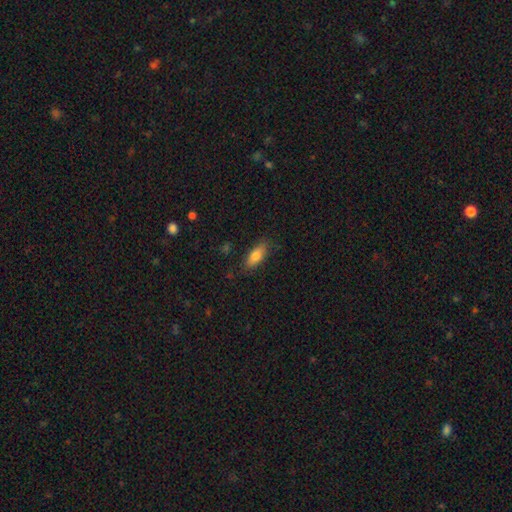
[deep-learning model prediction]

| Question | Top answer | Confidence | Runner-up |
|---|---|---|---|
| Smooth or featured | smooth | 78% | featured or disk (15%) |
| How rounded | in between | 77% | cigar-shaped (21%) |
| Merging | none | 81% | minor disturbance (14%) |